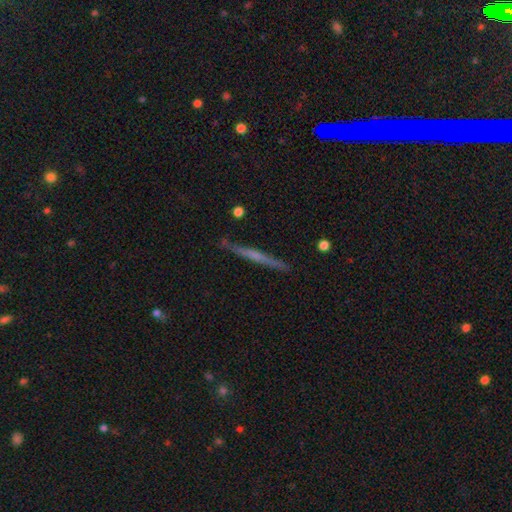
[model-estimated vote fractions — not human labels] smooth_or_featured: featured or disk (p=0.62) [alt: smooth p=0.32]
disk_edge_on: yes (p=0.97) [alt: no p=0.03]
edge_on_bulge: none (p=0.63) [alt: rounded p=0.26]
merging: none (p=0.88) [alt: minor disturbance p=0.08]